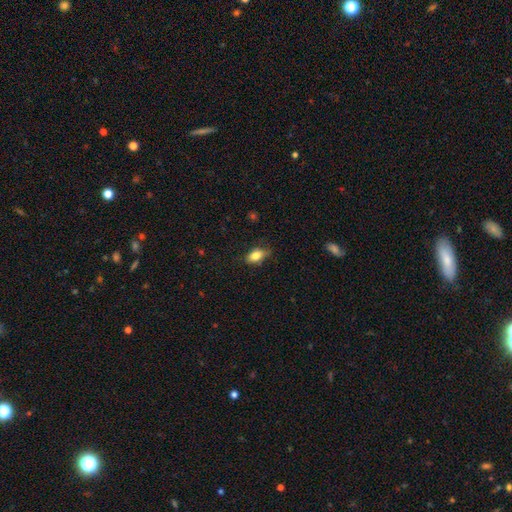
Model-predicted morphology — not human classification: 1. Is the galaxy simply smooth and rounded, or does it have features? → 80% smooth, 12% featured or disk, 8% star or artifact.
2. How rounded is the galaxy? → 85% in between, 9% round, 6% cigar-shaped.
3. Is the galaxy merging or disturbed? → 72% none, 22% minor disturbance, 4% major disturbance, 1% merger.